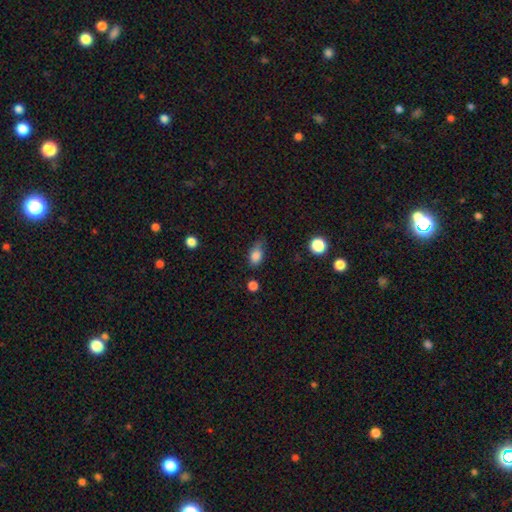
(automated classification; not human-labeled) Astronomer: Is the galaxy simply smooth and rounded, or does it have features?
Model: smooth — 85%.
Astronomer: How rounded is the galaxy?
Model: in between — 82%.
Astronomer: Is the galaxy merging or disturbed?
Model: none — 50% (runner-up: minor disturbance, 38%).